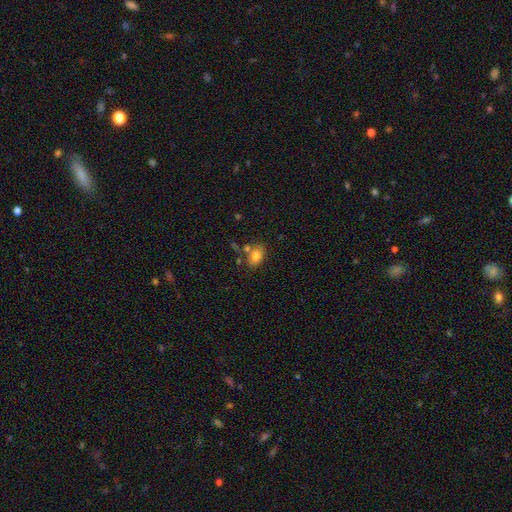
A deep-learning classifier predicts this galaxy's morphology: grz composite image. It shows a smooth galaxy with no disk features (79%) that is in between round and cigar-shaped (83%). Merging: none (64%).